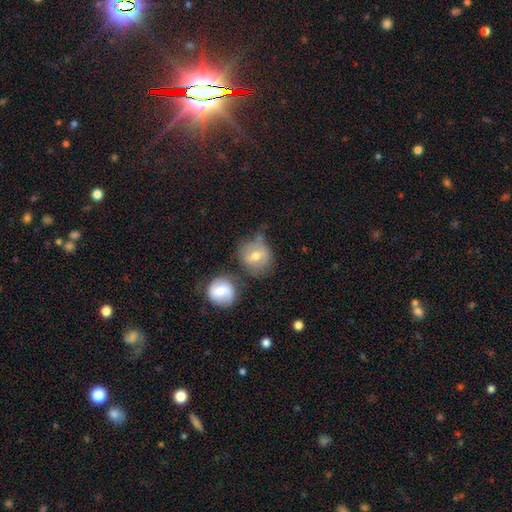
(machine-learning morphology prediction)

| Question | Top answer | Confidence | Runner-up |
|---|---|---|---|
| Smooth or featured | smooth | 64% | featured or disk (29%) |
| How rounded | round | 84% | in between (15%) |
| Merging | none | 51% | minor disturbance (21%) |